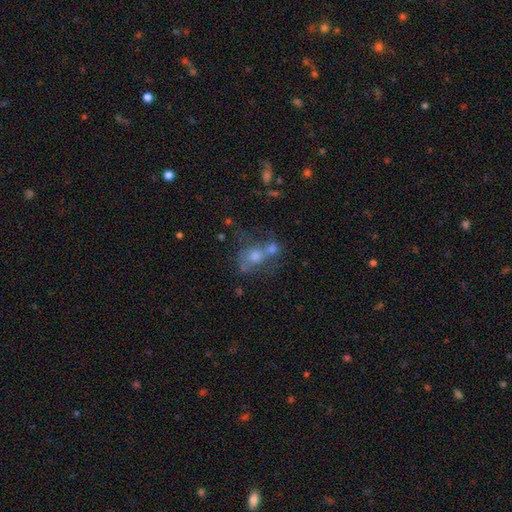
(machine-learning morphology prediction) Q: Smooth or featured?
A: smooth (46%); runner-up: featured or disk (36%)
Q: Merging?
A: merger (49%); runner-up: none (27%)